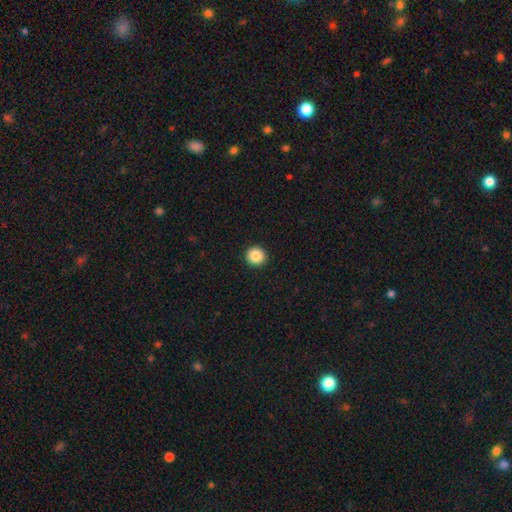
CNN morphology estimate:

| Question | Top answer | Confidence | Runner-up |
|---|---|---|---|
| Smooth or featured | smooth | 86% | star or artifact (9%) |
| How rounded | round | 94% | in between (5%) |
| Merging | none | 94% | minor disturbance (4%) |